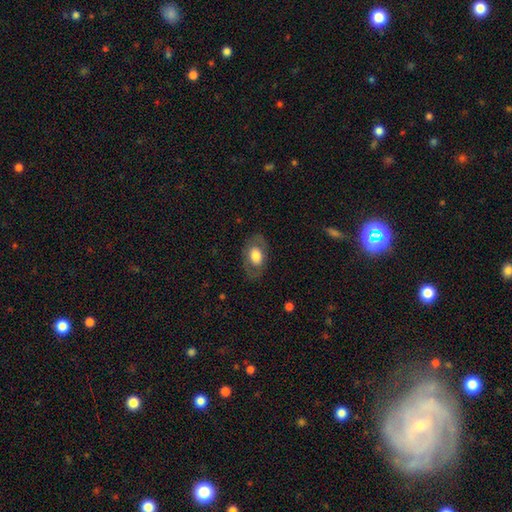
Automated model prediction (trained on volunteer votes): This appears to be a smooth galaxy with no disk features (62%) that is in between round and cigar-shaped (85%). Merging: none (78%).